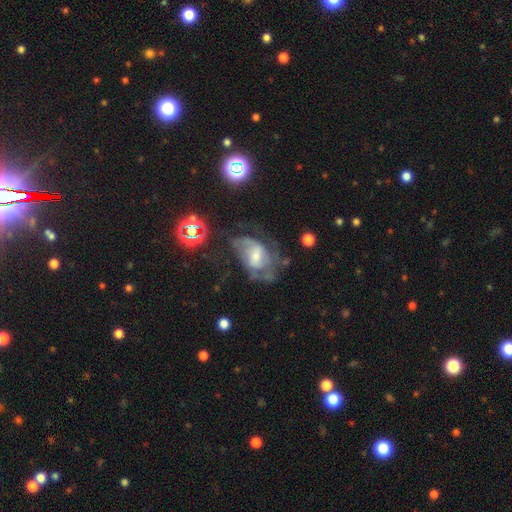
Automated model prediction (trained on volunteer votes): This is likely a featured or disk galaxy (66%). It is clearly not viewed edge-on (96%). Bar: possibly weak (46%). Spiral arm pattern: likely yes (73%). Central bulge: marginally moderate (42%). Merging: marginally none (38%).